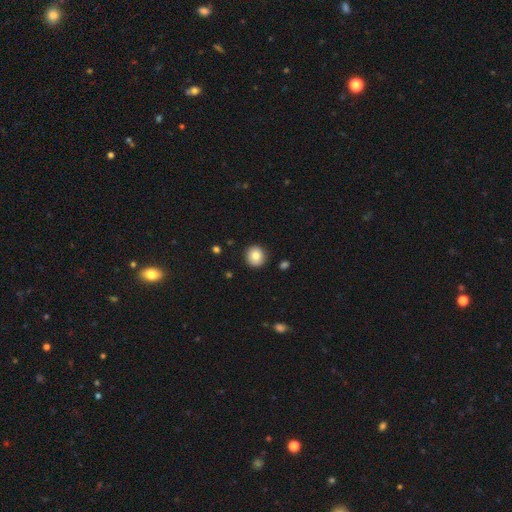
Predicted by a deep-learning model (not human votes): smooth-or-featured: smooth: 82% | featured or disk: 10% | star or artifact: 9%
  how-rounded: round: 89% | in between: 10% | cigar-shaped: 1%
  merging: none: 90% | minor disturbance: 7% | major disturbance: 2% | merger: 1%